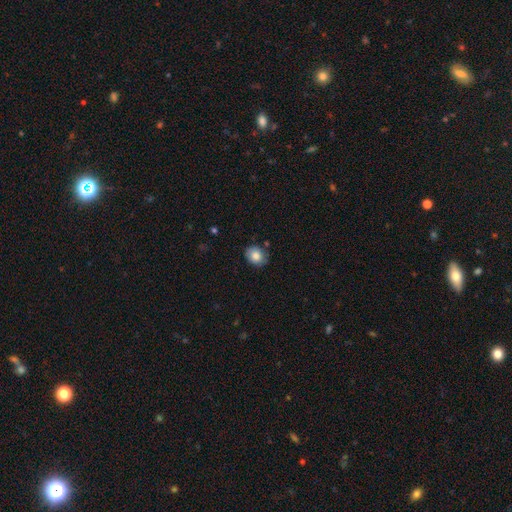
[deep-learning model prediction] Overall: smooth (81%). How rounded: round (59%; in between 40%). Merging: none (81%).